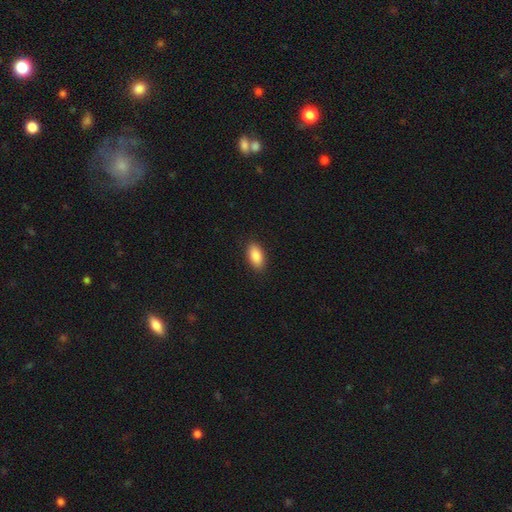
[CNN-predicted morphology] This appears to be a smooth galaxy with no disk features (88%) that is in between round and cigar-shaped (91%). Merging: none (89%).